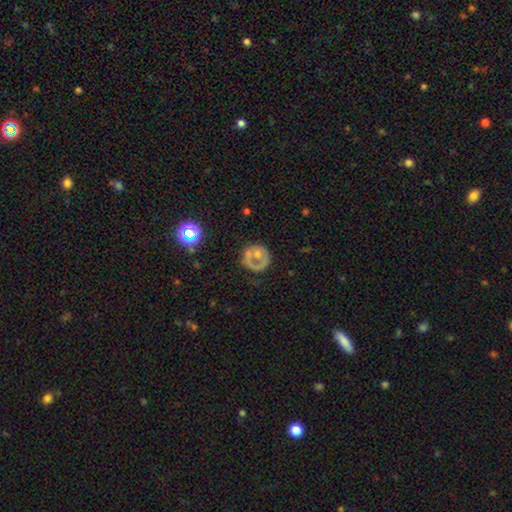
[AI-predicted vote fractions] smooth_or_featured: featured or disk (p=0.46) [alt: smooth p=0.43]
merging: none (p=0.63) [alt: minor disturbance p=0.18]